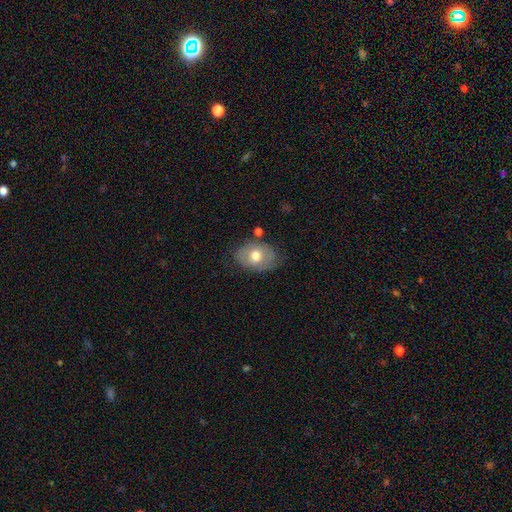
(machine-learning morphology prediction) smooth_or_featured: smooth (p=0.64) [alt: featured or disk p=0.28]
how_rounded: in between (p=0.76) [alt: round p=0.23]
merging: none (p=0.68) [alt: minor disturbance p=0.21]